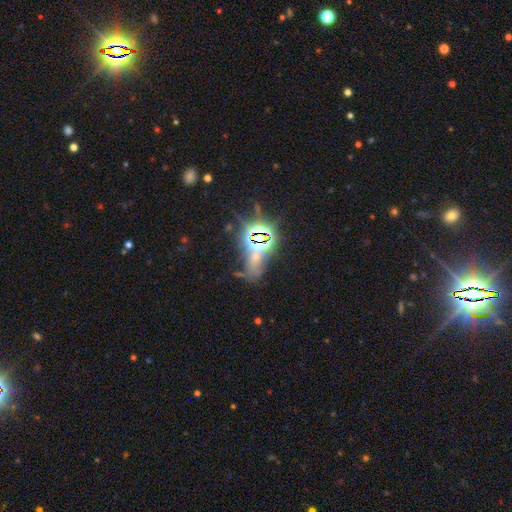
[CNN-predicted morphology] Smooth or featured? star or artifact (68%)